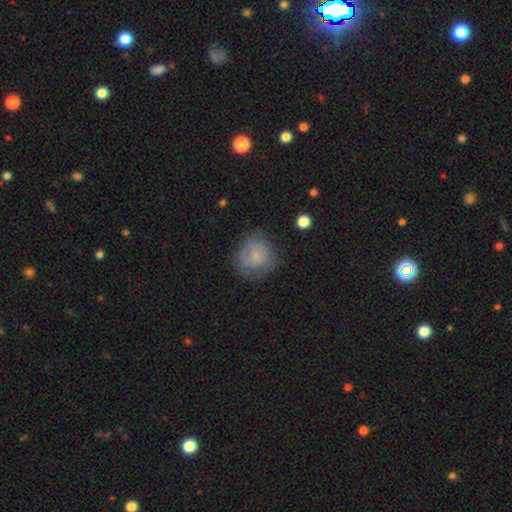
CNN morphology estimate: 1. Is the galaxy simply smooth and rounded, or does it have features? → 67% smooth, 23% featured or disk, 9% star or artifact.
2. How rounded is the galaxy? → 81% round, 18% in between, 1% cigar-shaped.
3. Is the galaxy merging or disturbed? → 60% none, 25% minor disturbance, 12% major disturbance, 2% merger.